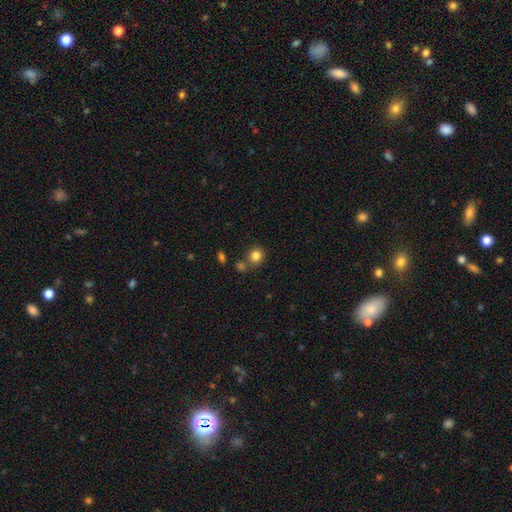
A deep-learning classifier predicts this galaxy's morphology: smooth_or_featured: smooth (p=0.83) [alt: star or artifact p=0.11]
how_rounded: round (p=0.84) [alt: in between p=0.15]
merging: none (p=0.69) [alt: merger p=0.17]